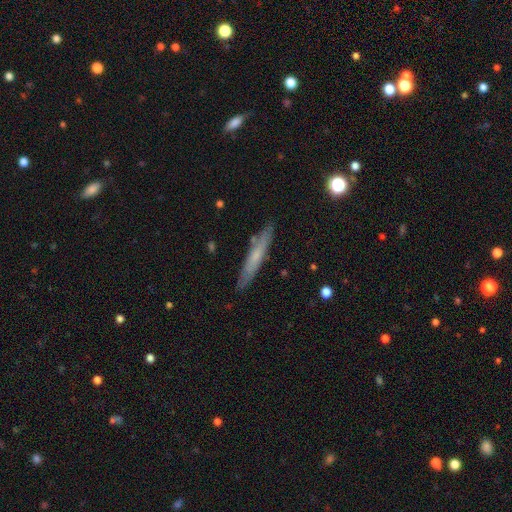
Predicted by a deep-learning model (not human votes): smooth 50%, featured or disk 44%, star or artifact 6%. Down the decision tree: merging — none (86%).